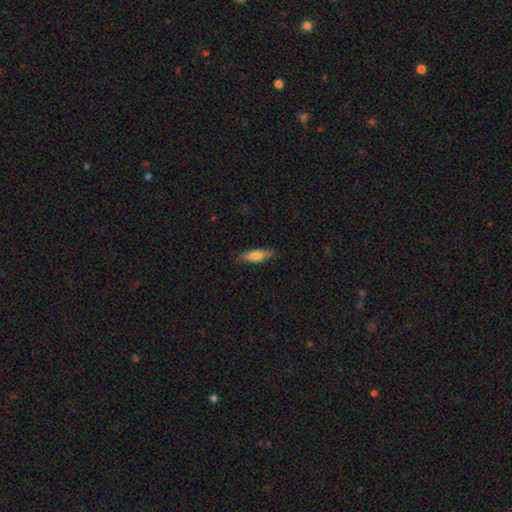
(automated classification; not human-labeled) Q: Smooth or featured?
A: smooth (76%); runner-up: featured or disk (18%)
Q: How rounded?
A: cigar-shaped (55%); runner-up: in between (43%)
Q: Merging?
A: none (85%); runner-up: minor disturbance (11%)